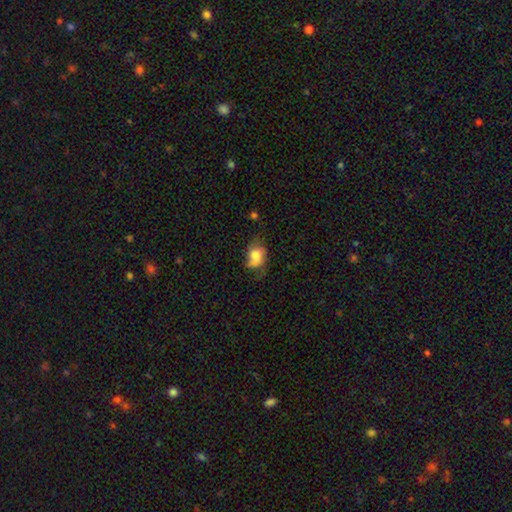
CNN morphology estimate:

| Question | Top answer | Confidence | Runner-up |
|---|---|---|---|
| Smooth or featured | smooth | 63% | featured or disk (27%) |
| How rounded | in between | 65% | round (34%) |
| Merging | none | 38% | minor disturbance (33%) |